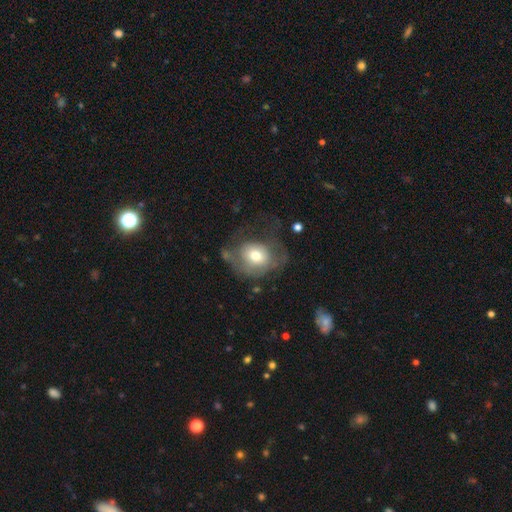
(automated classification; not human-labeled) Overall: smooth (60%; featured or disk 32%). How rounded: round (58%; in between 41%). Merging: major disturbance (41%; none 32%).